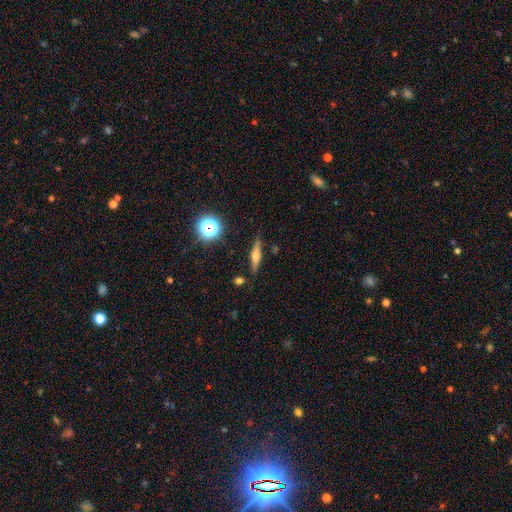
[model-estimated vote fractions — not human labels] This appears to be a featured or disk galaxy (54%) viewed edge-on (94%) with a rounded central bulge (90%). Merging: none (86%).